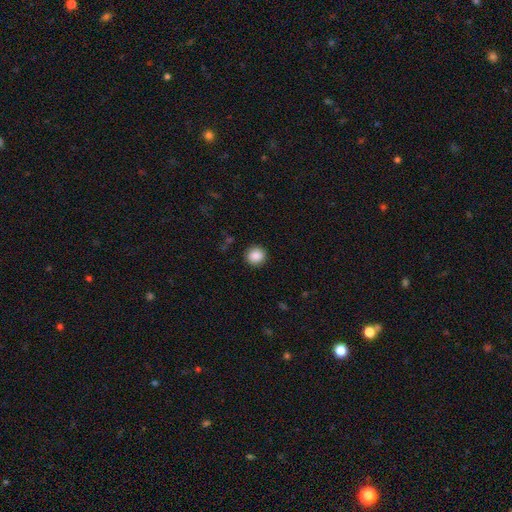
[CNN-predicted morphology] smooth 88%, star or artifact 9%, featured or disk 3%. Down the decision tree: how rounded — round (93%); merging — none (91%).